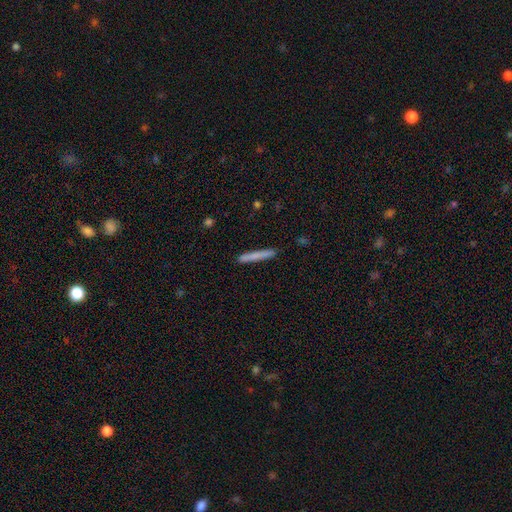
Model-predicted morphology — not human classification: Smooth or featured? smooth (76%)
How rounded? cigar-shaped (96%)
Merging? none (88%)